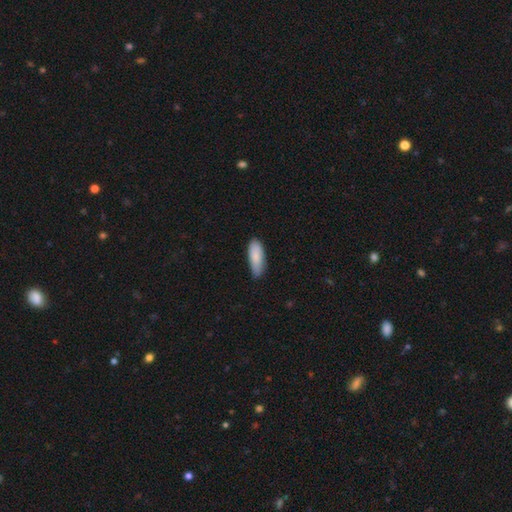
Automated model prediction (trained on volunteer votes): This appears to be a smooth galaxy with no disk features (87%) that is in between round and cigar-shaped (69%). Merging: none (77%).